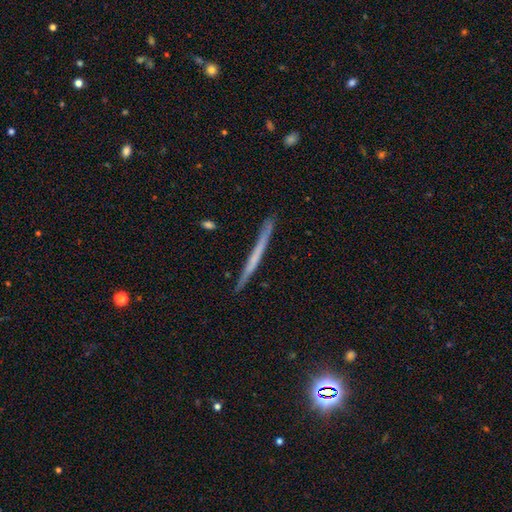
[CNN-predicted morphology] This is possibly a featured or disk galaxy (49%). Merging: clearly none (90%).